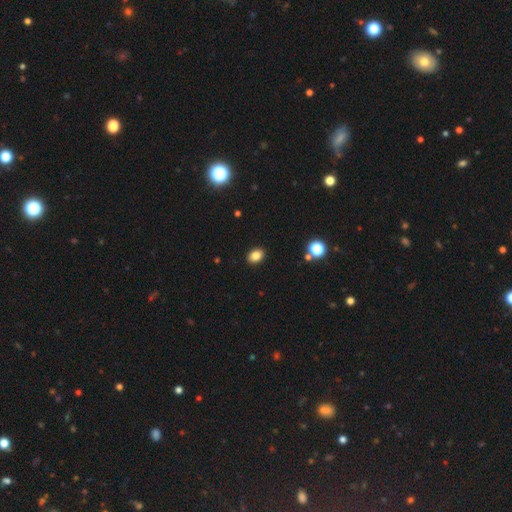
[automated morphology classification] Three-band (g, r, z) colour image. It shows a smooth galaxy with no disk features (84%) that is in between round and cigar-shaped (74%). Merging: none (90%).